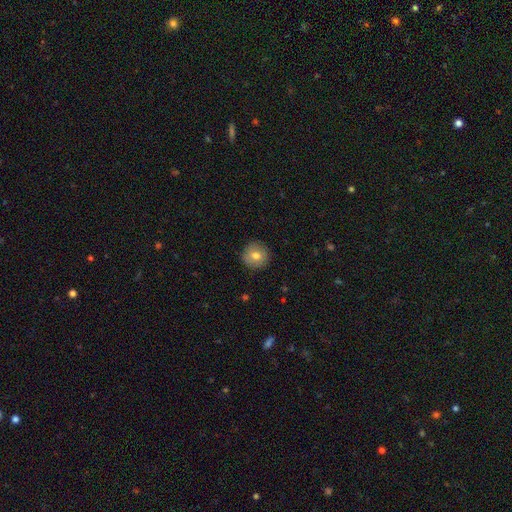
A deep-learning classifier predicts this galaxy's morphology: smooth-or-featured: smooth: 76% | featured or disk: 15% | star or artifact: 9%
  how-rounded: round: 95% | in between: 4% | cigar-shaped: 1%
  merging: none: 90% | minor disturbance: 7% | major disturbance: 2% | merger: 1%